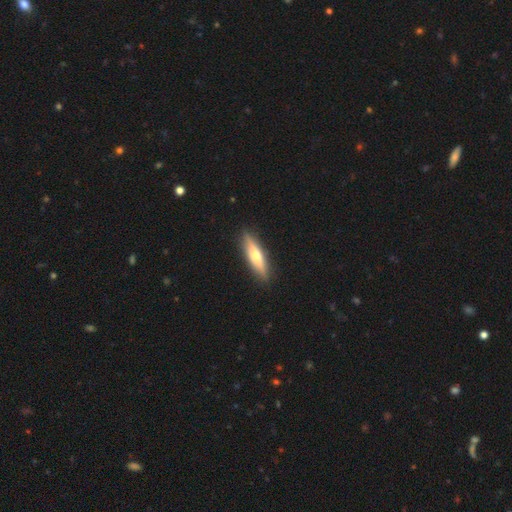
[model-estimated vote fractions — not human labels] Overall: featured or disk (49%; smooth 46%). Merging: none (90%).